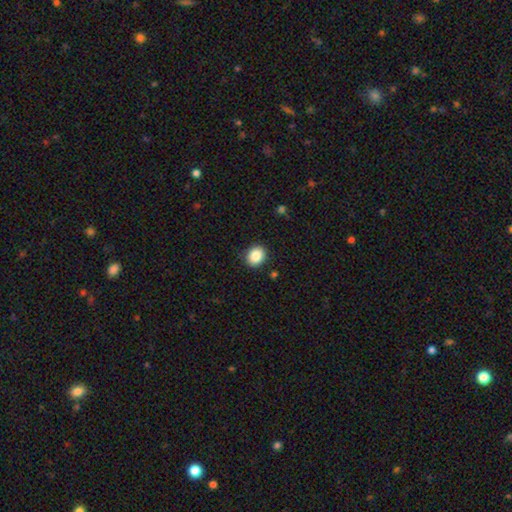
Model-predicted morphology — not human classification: type=smooth (87%); roundness=round (63%); merging=none (89%).